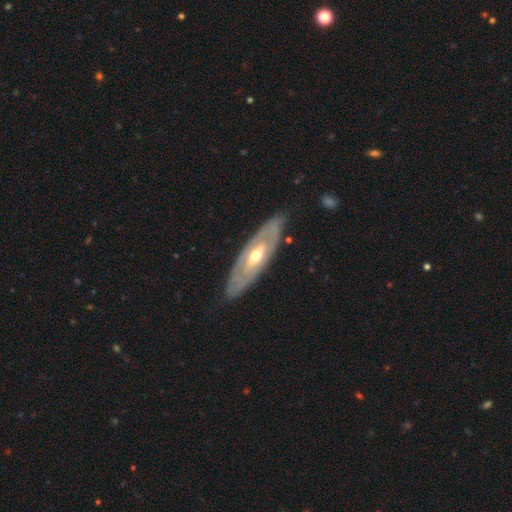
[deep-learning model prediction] Smooth or featured: featured or disk — 73% (smooth — 22%)
Edge-on disk: no — 73% (yes — 27%)
Bar: no — 65% (weak — 25%)
Spiral arms: no — 60% (yes — 40%)
Bulge size: moderate — 67% (small — 27%)
Merging: none — 81% (minor disturbance — 14%)